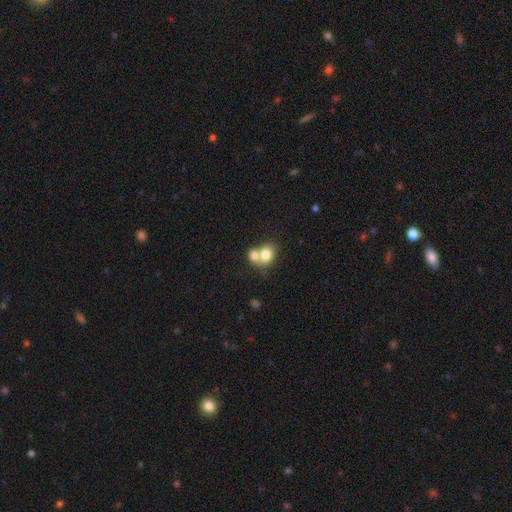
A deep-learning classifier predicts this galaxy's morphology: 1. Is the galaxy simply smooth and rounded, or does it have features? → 76% smooth, 15% featured or disk, 9% star or artifact.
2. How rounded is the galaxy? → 53% round, 46% in between, 1% cigar-shaped.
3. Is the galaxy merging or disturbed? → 65% merger, 25% none, 6% minor disturbance, 3% major disturbance.